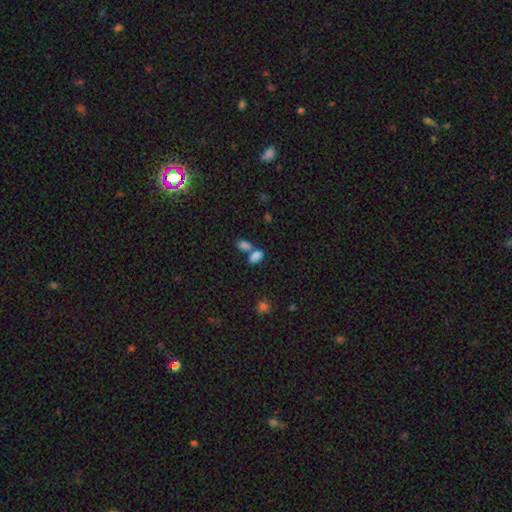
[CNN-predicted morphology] Overall: smooth (82%). How rounded: in between (90%). Merging: merger (53%; none 34%).